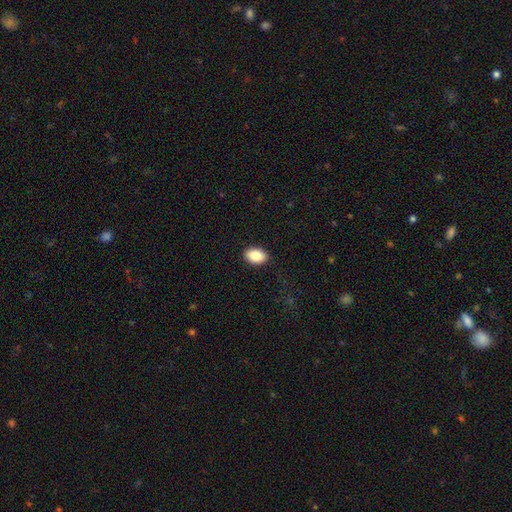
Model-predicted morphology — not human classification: The model was most divided on "how rounded": in between: 89%, round: 10%, cigar-shaped: 1%. More confident: merging — none (90%); smooth or featured — smooth (86%).